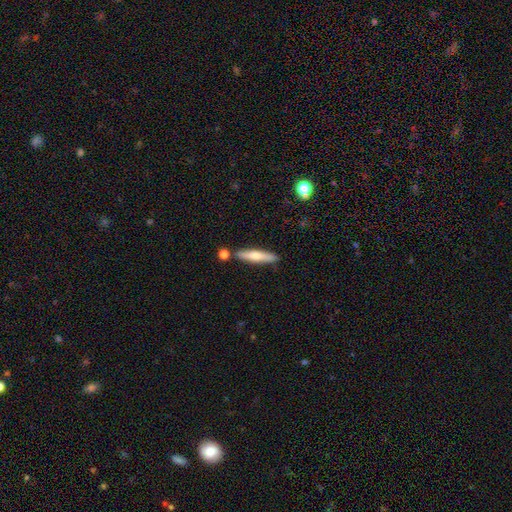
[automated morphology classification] Smooth or featured?
  - smooth: 61% *
  - featured or disk: 33%
  - star or artifact: 6%
How rounded?
  - cigar-shaped: 87% *
  - in between: 11%
  - round: 2%
Merging?
  - none: 81% *
  - minor disturbance: 10%
  - merger: 7%
  - major disturbance: 2%